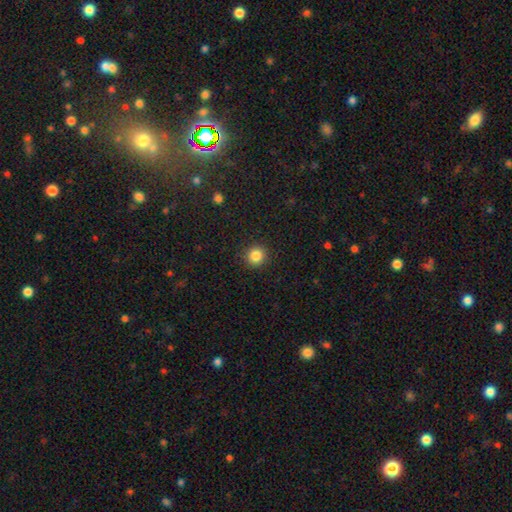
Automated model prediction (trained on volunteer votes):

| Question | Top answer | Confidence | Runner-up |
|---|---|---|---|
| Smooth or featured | smooth | 85% | star or artifact (11%) |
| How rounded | round | 91% | in between (8%) |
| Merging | none | 91% | minor disturbance (6%) |